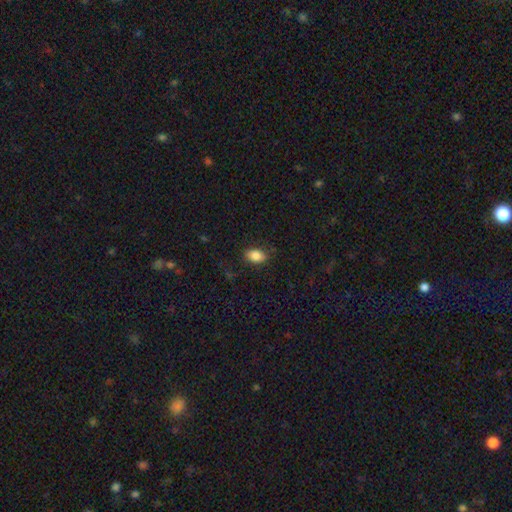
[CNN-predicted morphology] This is clearly a smooth galaxy (85%). How rounded: clearly in between (87%). Merging: clearly none (83%).